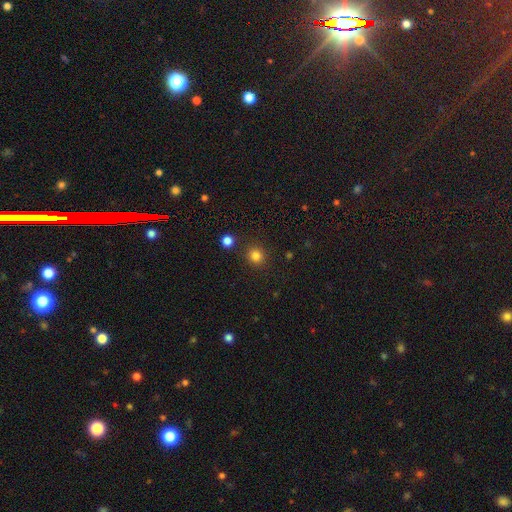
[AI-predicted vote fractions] Overall: smooth (82%). How rounded: round (89%). Merging: none (87%).